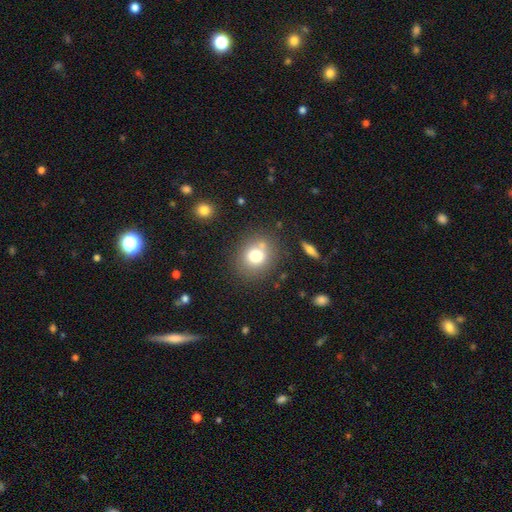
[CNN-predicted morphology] A smooth galaxy with no disk features (75%) that is round (74%). Merging: none (74%).